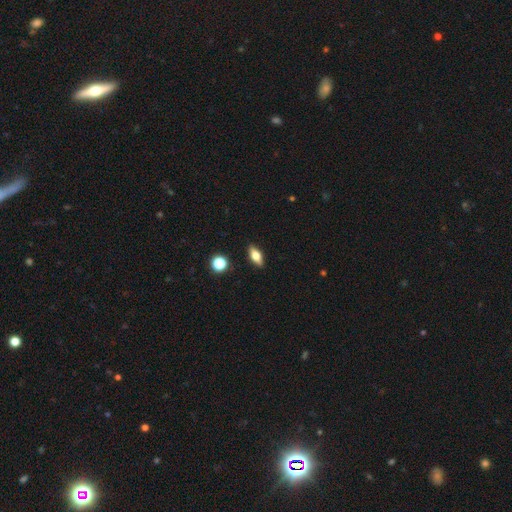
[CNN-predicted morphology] This is possibly a smooth galaxy (57%). How rounded: likely in between (73%). Merging: clearly none (88%).